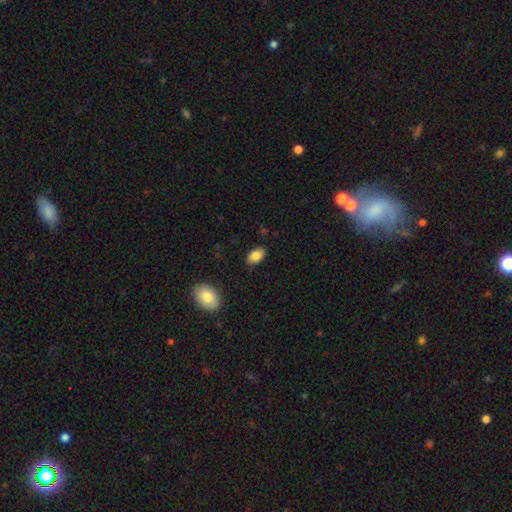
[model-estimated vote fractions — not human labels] Smooth or featured?
  - smooth: 86% *
  - star or artifact: 8%
  - featured or disk: 6%
How rounded?
  - in between: 91% *
  - round: 7%
  - cigar-shaped: 2%
Merging?
  - none: 85% *
  - minor disturbance: 11%
  - major disturbance: 3%
  - merger: 1%